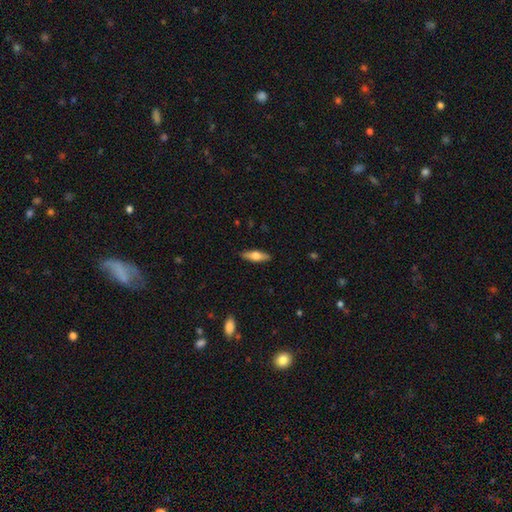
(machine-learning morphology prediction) This appears to be a smooth galaxy with no disk features (58%) that is in between round and cigar-shaped (49%). Merging: none (88%).